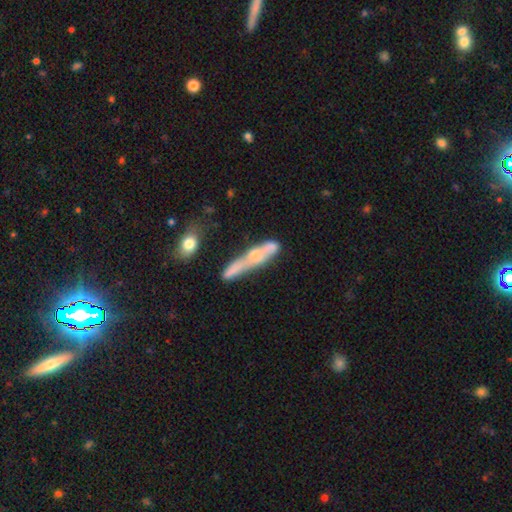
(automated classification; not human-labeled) The model was most divided on "smooth or featured": featured or disk: 49%, smooth: 42%, star or artifact: 9%. Remaining: merging — none (40%).